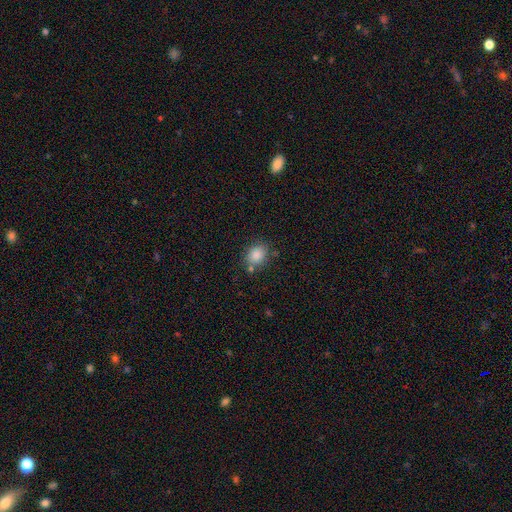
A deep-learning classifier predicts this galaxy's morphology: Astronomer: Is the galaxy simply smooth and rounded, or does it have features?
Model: smooth — 85%.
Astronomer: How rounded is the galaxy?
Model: round — 52% (runner-up: in between, 47%).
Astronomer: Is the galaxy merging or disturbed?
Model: none — 73%.